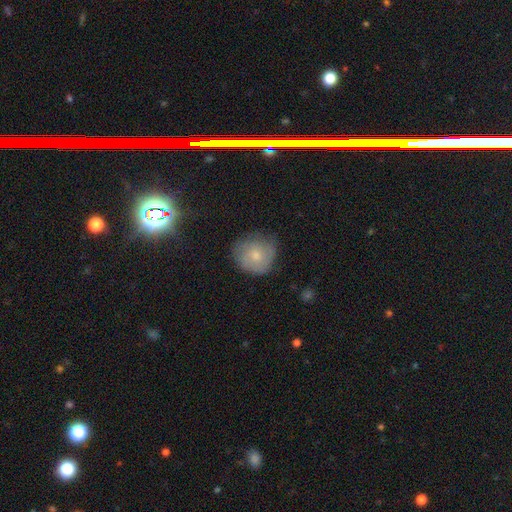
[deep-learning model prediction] Smooth or featured? smooth (66%)
How rounded? round (86%)
Merging? none (65%)